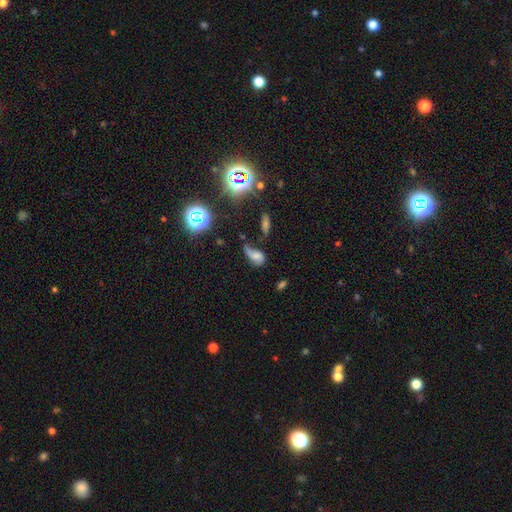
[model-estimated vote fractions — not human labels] smooth_or_featured: smooth (p=0.48) [alt: featured or disk p=0.34]
merging: major disturbance (p=0.36) [alt: none p=0.28]